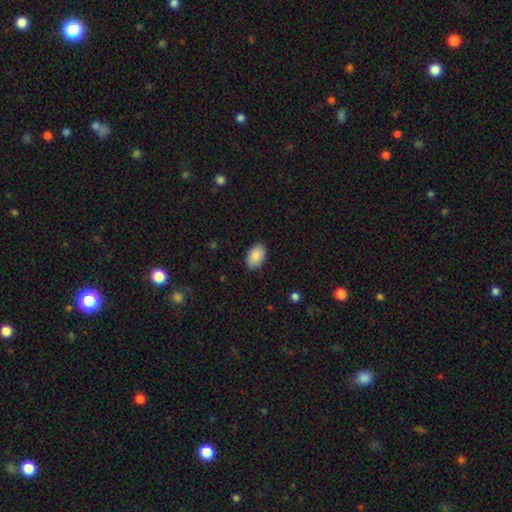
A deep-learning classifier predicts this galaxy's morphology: A smooth galaxy with no disk features (90%) that is in between round and cigar-shaped (92%).

Vote fractions:
- Smooth or featured? smooth: 90% / star or artifact: 6% / featured or disk: 4%
- How rounded? in between: 92% / round: 7% / cigar-shaped: 1%
- Merging? none: 89% / minor disturbance: 8% / major disturbance: 2% / merger: 1%